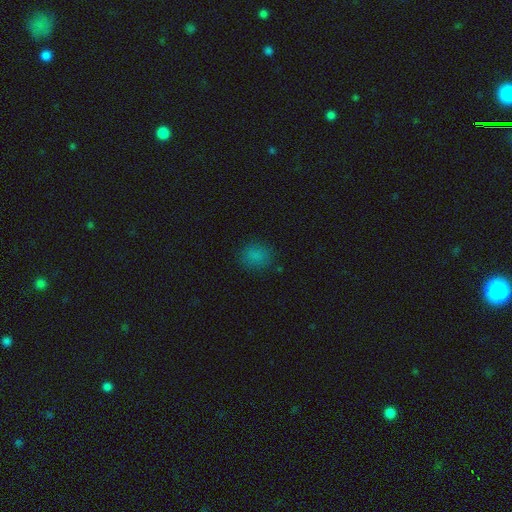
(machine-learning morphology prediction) smooth-or-featured: smooth: 80% | star or artifact: 15% | featured or disk: 5%
  how-rounded: round: 58% | in between: 41% | cigar-shaped: 1%
  merging: none: 80% | minor disturbance: 14% | major disturbance: 4% | merger: 1%